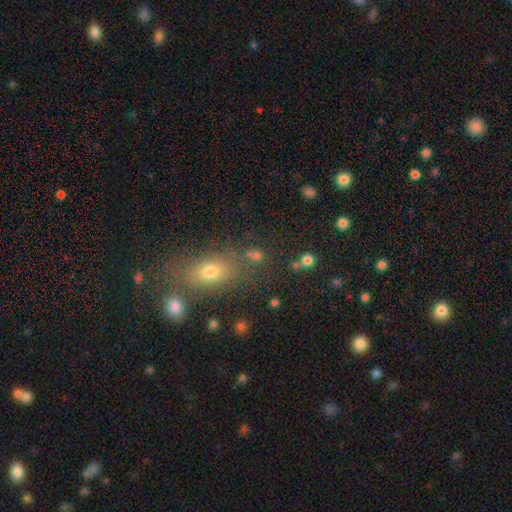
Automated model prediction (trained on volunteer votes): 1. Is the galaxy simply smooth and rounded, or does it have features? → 62% smooth, 25% star or artifact, 12% featured or disk.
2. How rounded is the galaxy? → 48% in between, 46% round, 6% cigar-shaped.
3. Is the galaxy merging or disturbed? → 67% none, 16% merger, 11% minor disturbance, 6% major disturbance.